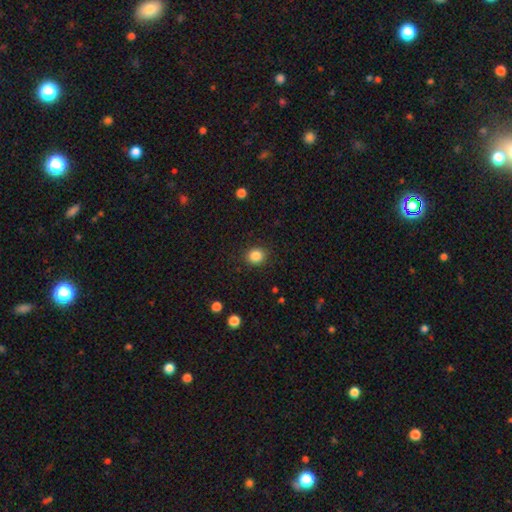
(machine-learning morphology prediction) The model was most divided on "how rounded": round: 78%, in between: 21%, cigar-shaped: 1%. More confident: merging — none (89%); smooth or featured — smooth (85%).